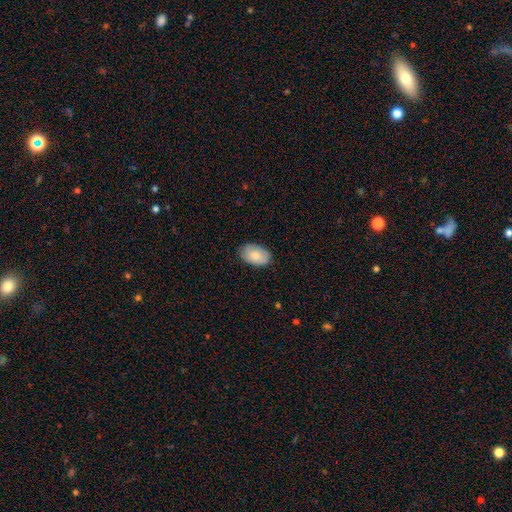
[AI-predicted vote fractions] smooth-or-featured: smooth: 81% | featured or disk: 13% | star or artifact: 6%
  how-rounded: in between: 92% | round: 7% | cigar-shaped: 1%
  merging: none: 82% | minor disturbance: 14% | major disturbance: 3% | merger: 1%